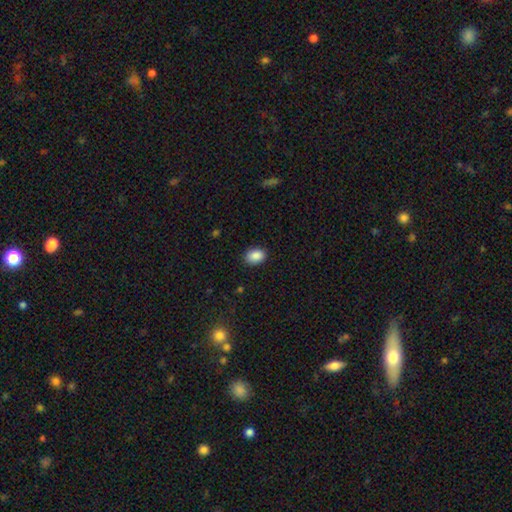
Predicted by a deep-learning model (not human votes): This appears to be a smooth galaxy with no disk features (89%) that is in between round and cigar-shaped (77%). Merging: none (88%).